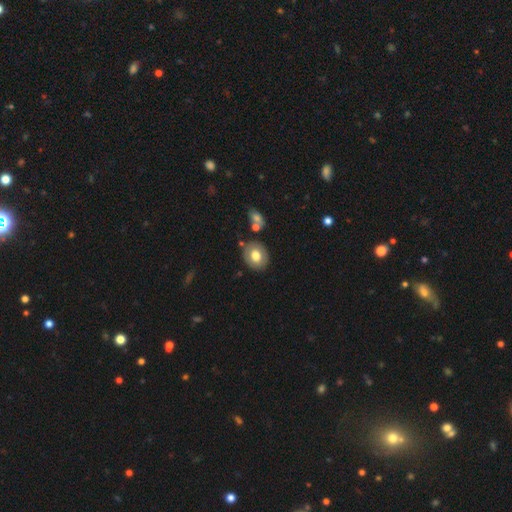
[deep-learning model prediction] The model was most divided on "how rounded": round: 57%, in between: 42%, cigar-shaped: 1%. More confident: merging — none (80%); smooth or featured — smooth (71%).